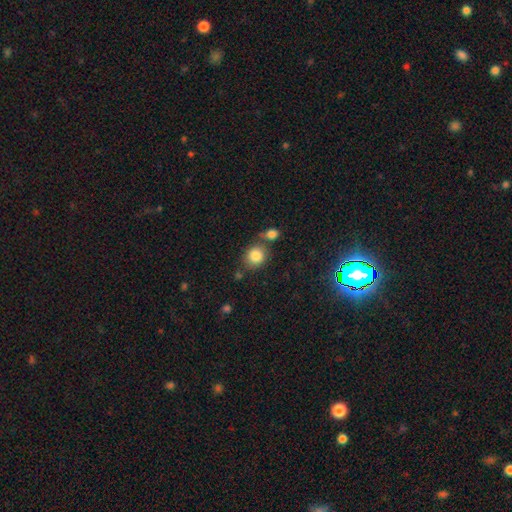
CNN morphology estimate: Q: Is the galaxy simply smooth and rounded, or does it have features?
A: smooth — 84%.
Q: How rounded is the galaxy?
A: round — 80%.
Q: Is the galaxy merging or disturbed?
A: none — 63%.